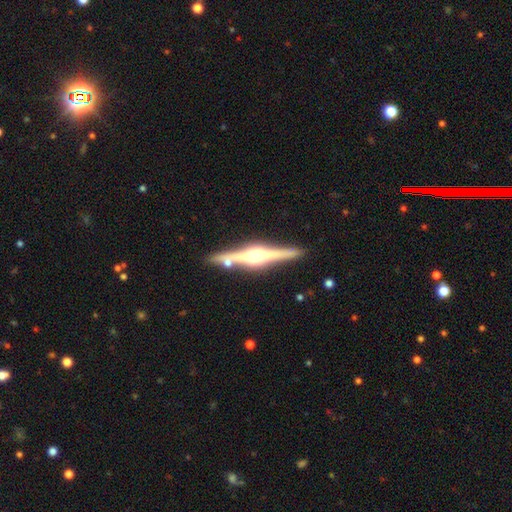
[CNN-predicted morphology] Smooth or featured: featured or disk — 80% (smooth — 14%)
Edge-on disk: yes — 98% (no — 2%)
Edge-on bulge: rounded — 91% (boxy — 7%)
Merging: none — 81% (minor disturbance — 9%)